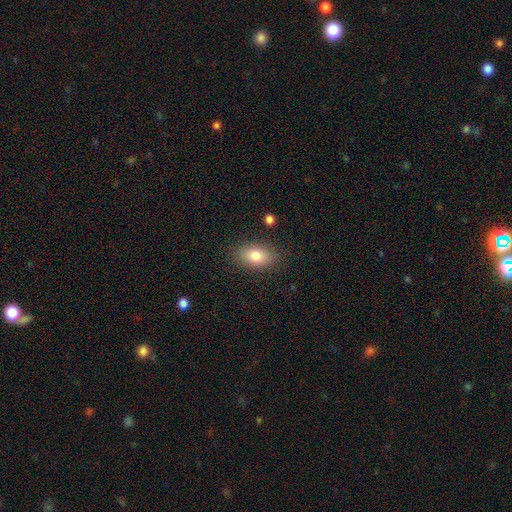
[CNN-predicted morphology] A smooth galaxy with no disk features (80%) that is in between round and cigar-shaped (88%).

Vote fractions:
- Smooth or featured? smooth: 80% / featured or disk: 11% / star or artifact: 8%
- How rounded? in between: 88% / round: 10% / cigar-shaped: 2%
- Merging? none: 85% / minor disturbance: 10% / major disturbance: 3% / merger: 2%